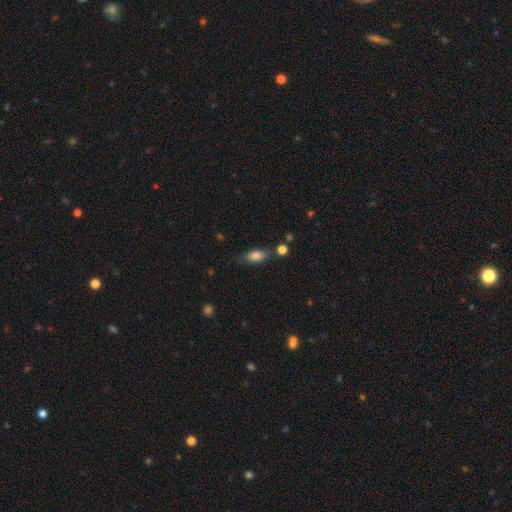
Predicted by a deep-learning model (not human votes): This appears to be a smooth galaxy with no disk features (81%) that is in between round and cigar-shaped (81%). Merging: none (66%).